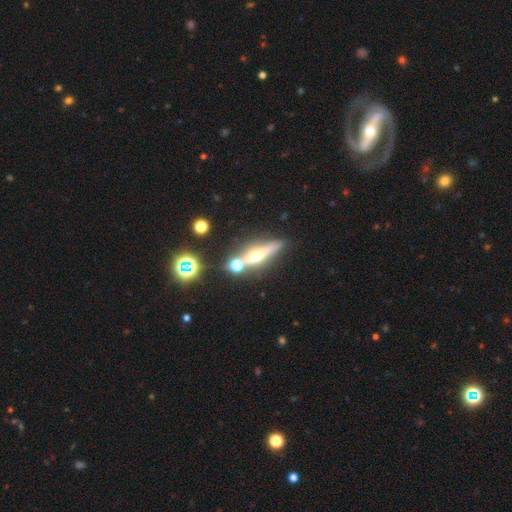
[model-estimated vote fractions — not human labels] Smooth or featured? Predicted: featured or disk (p=0.57). Edge-on disk? Predicted: yes (p=0.88). Edge-on bulge? Predicted: rounded (p=0.89). Merging? Predicted: none (p=0.66).